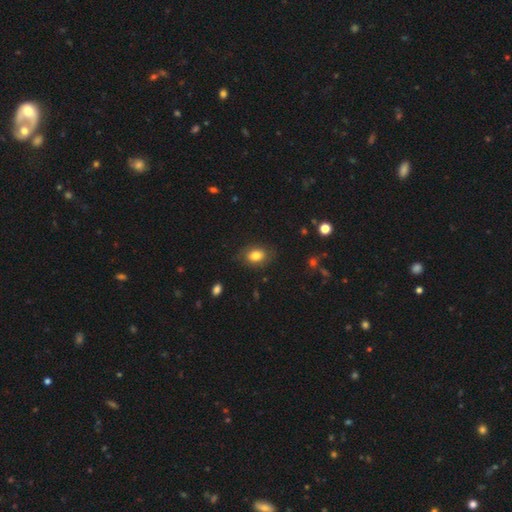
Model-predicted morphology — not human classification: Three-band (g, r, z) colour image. It shows a smooth galaxy with no disk features (79%) that is in between round and cigar-shaped (74%). Merging: none (78%).